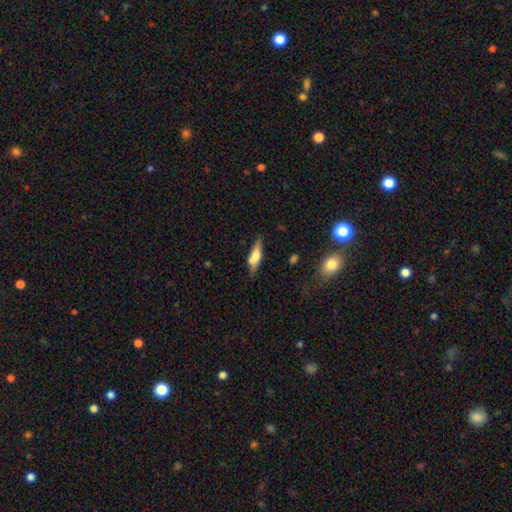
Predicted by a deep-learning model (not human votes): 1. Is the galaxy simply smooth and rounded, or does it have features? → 47% smooth, 45% featured or disk, 7% star or artifact.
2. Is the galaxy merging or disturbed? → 67% none, 21% minor disturbance, 6% merger, 6% major disturbance.